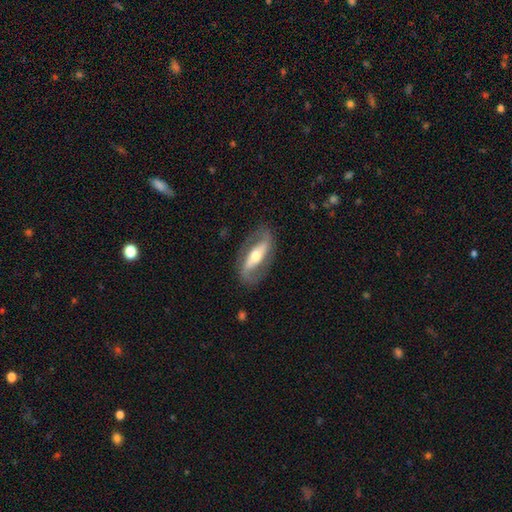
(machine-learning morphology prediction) Smooth or featured: featured or disk — 77% (smooth — 18%)
Edge-on disk: no — 84% (yes — 16%)
Bar: strong — 55% (no — 23%)
Spiral arms: yes — 81% (no — 19%)
Spiral winding: medium — 41% (loose — 37%)
Spiral arm count: 2 — 88% (can't tell — 5%)
Bulge size: moderate — 66% (small — 19%)
Merging: none — 80% (minor disturbance — 13%)